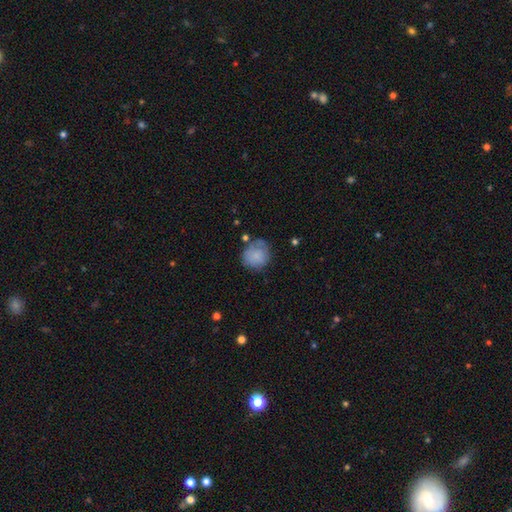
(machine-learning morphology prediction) This is likely a smooth galaxy (79%). How rounded: clearly round (84%). Merging: likely none (61%).